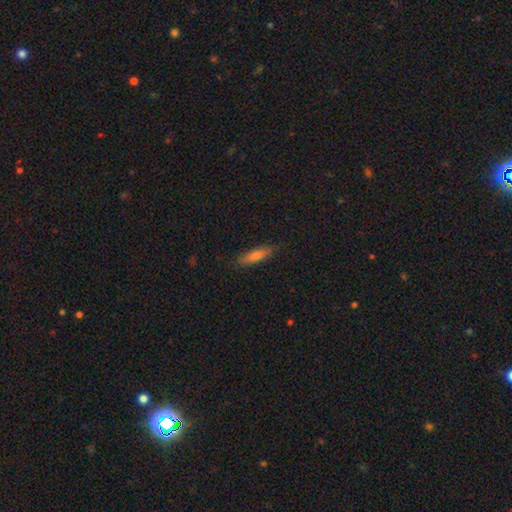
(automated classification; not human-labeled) A smooth galaxy with no disk features (69%) that is cigar-shaped (72%). Merging: none (84%).